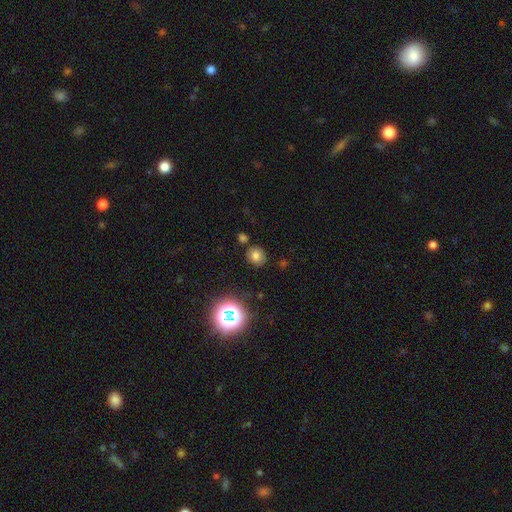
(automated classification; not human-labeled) This is likely a smooth galaxy (71%). How rounded: likely round (73%). Merging: clearly none (82%).